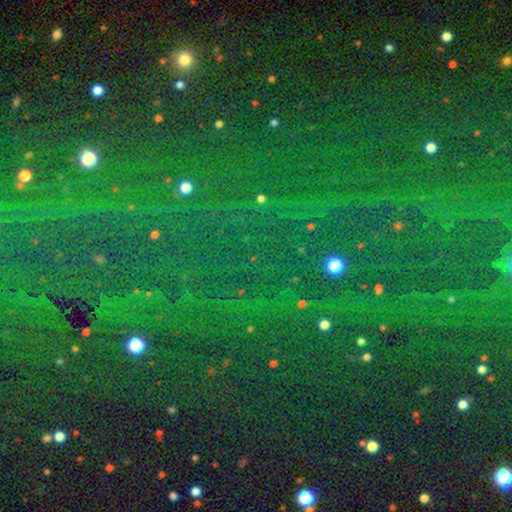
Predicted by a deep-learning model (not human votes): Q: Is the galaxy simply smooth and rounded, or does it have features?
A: star or artifact — 81%.